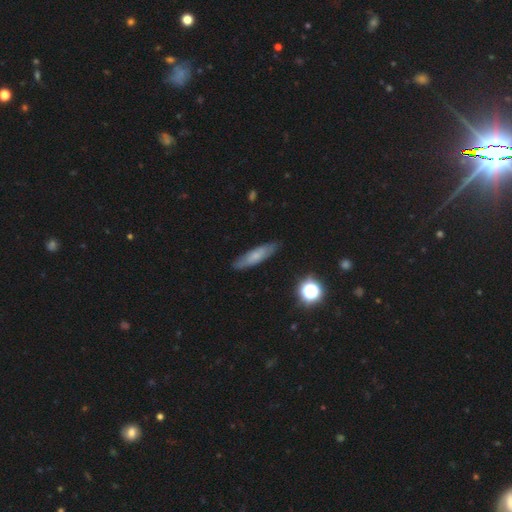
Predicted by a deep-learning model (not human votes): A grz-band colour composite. It shows a smooth galaxy with no disk features (60%) that is cigar-shaped (70%). Merging: none (84%).